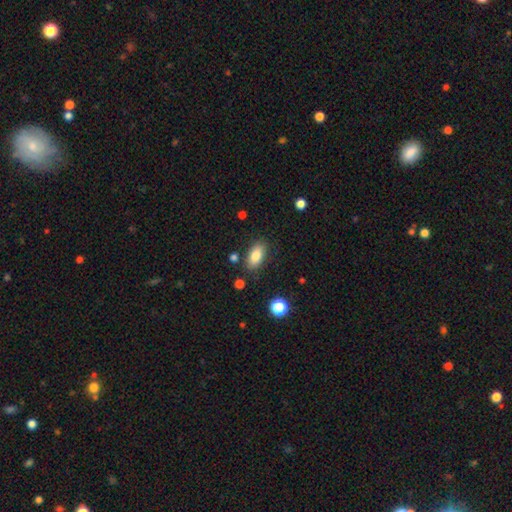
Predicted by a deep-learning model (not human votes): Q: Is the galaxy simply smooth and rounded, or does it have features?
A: smooth — 83%.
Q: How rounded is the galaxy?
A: in between — 89%.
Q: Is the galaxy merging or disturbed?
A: none — 83%.